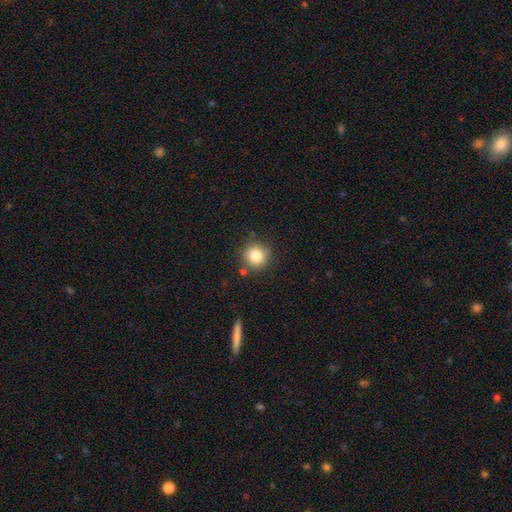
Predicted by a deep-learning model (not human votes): Smooth or featured? smooth (82%)
How rounded? round (93%)
Merging? none (82%)